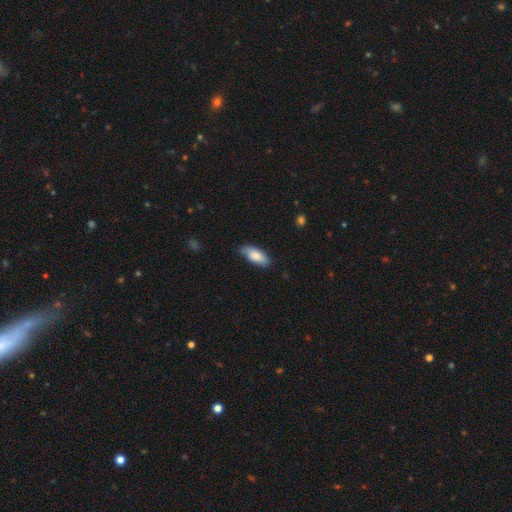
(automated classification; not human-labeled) Smooth or featured? Predicted: smooth (p=0.81). How rounded? Predicted: in between (p=0.86). Merging? Predicted: none (p=0.72).